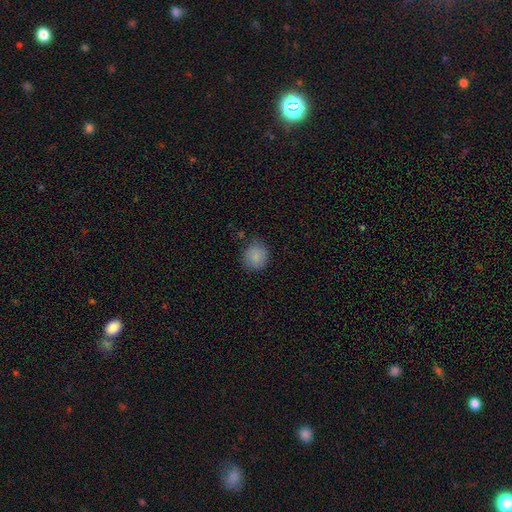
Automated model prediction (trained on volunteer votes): Overall: smooth (86%). How rounded: round (85%). Merging: none (77%).